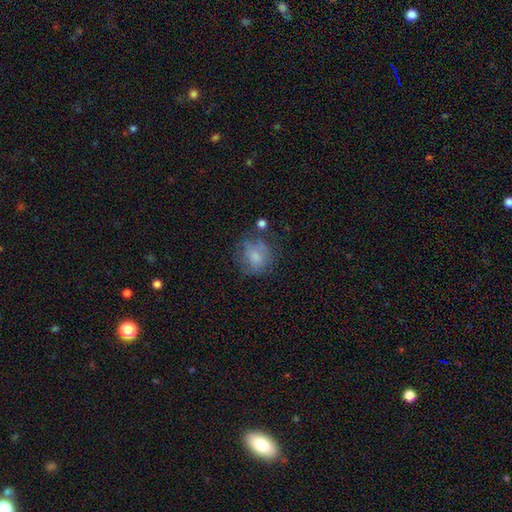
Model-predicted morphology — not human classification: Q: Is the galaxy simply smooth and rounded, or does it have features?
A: smooth — 66%.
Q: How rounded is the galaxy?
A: round — 78%.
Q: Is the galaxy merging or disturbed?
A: none — 54%.